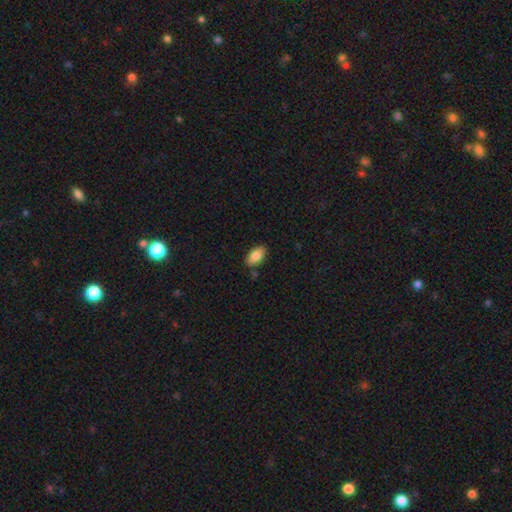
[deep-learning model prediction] A smooth galaxy with no disk features (85%) that is in between round and cigar-shaped (93%).

Vote fractions:
- Smooth or featured? smooth: 85% / featured or disk: 8% / star or artifact: 7%
- How rounded? in between: 93% / round: 4% / cigar-shaped: 4%
- Merging? none: 83% / minor disturbance: 12% / merger: 3% / major disturbance: 2%